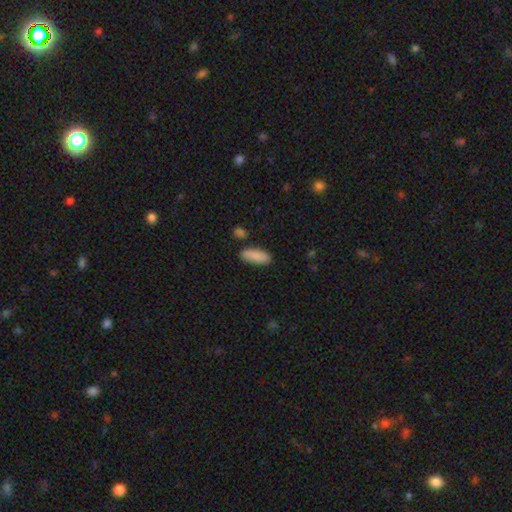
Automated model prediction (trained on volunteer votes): Smooth or featured? smooth (87%)
How rounded? in between (75%)
Merging? none (79%)